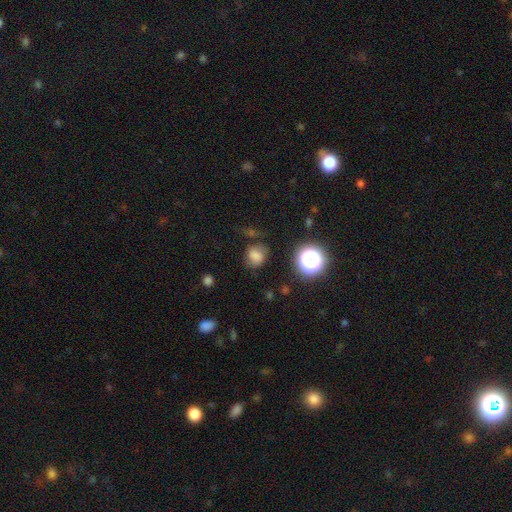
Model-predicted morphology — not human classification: Smooth or featured? smooth (74%)
How rounded? round (66%)
Merging? none (67%)